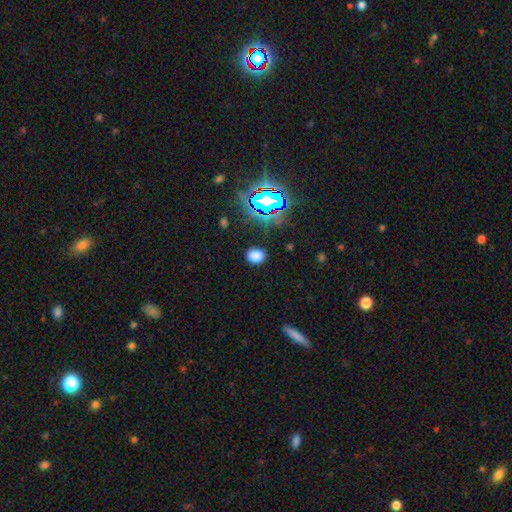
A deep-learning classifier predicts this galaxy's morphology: Smooth or featured? Predicted: smooth (p=0.74). How rounded? Predicted: in between (p=0.62). Merging? Predicted: none (p=0.86).